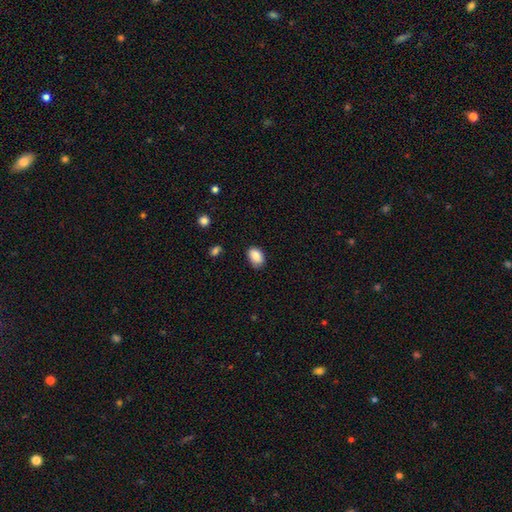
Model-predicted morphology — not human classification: The model was most divided on "merging": none: 77%, minor disturbance: 19%, major disturbance: 3%, merger: 1%. More confident: smooth or featured — smooth (88%); how rounded — in between (85%).